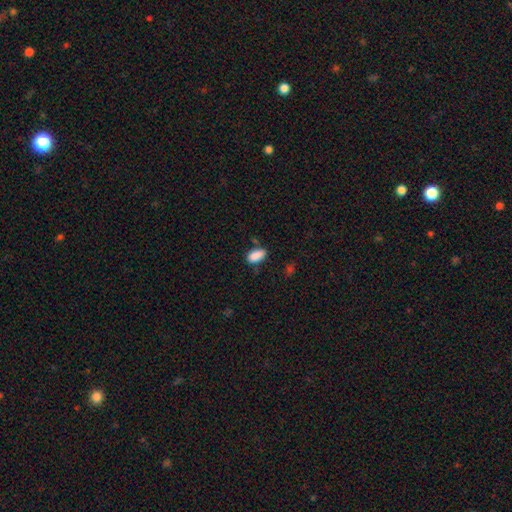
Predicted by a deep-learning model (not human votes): smooth 88%, star or artifact 8%, featured or disk 4%. Down the decision tree: how rounded — in between (91%); merging — none (73%).